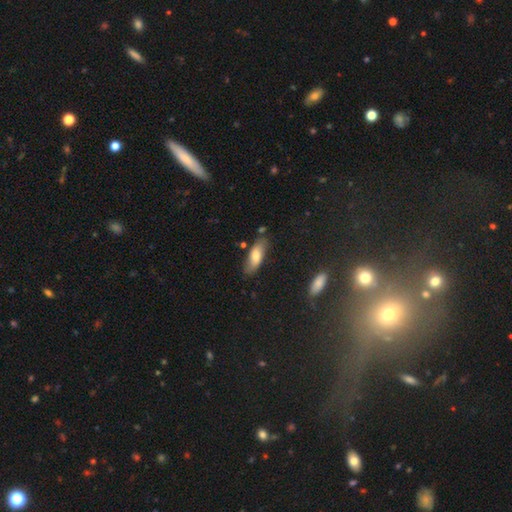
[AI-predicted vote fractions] Overall: smooth (70%). How rounded: in between (71%). Merging: none (74%).